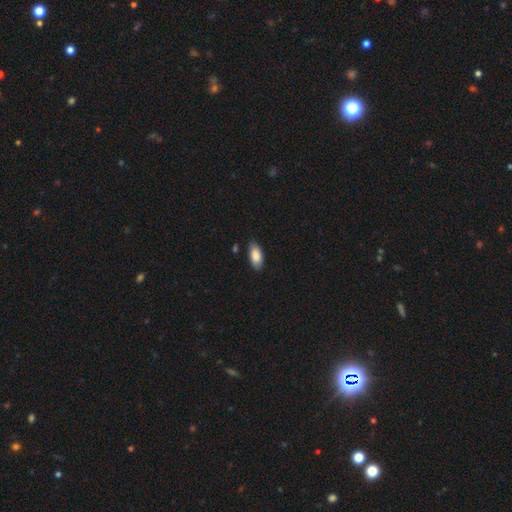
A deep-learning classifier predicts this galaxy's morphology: Q: Smooth or featured?
A: smooth (87%); runner-up: featured or disk (7%)
Q: How rounded?
A: in between (91%); runner-up: cigar-shaped (7%)
Q: Merging?
A: none (82%); runner-up: minor disturbance (14%)